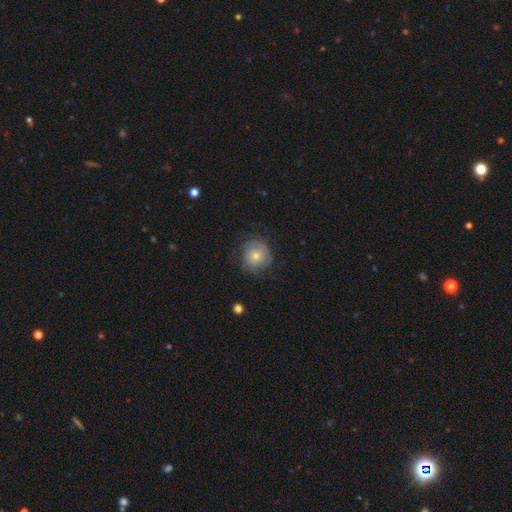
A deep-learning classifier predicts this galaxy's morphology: This appears to be a featured or disk galaxy (61%) with no bar (84%), tight (68%) spiral arms (86%) and a moderate central bulge (61%). Merging: none (75%).